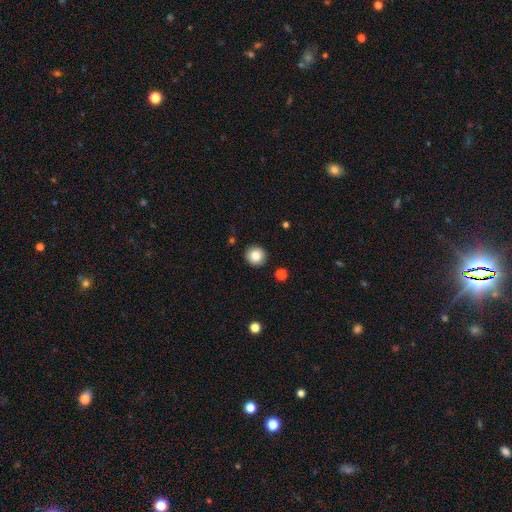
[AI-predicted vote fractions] The model was most divided on "smooth or featured": smooth: 84%, star or artifact: 10%, featured or disk: 6%. More confident: how rounded — round (93%); merging — none (91%).